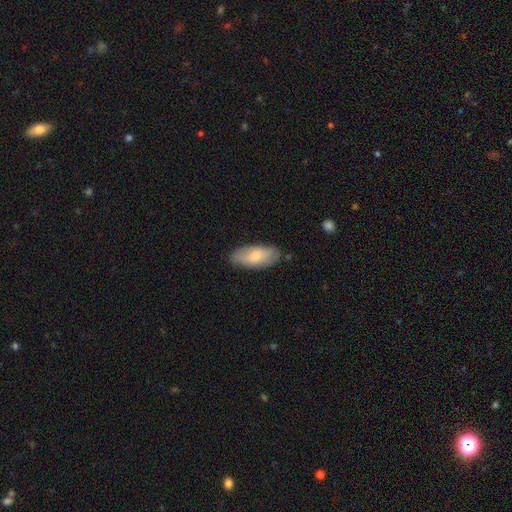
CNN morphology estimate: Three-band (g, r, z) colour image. It shows a smooth galaxy with no disk features (70%) that is in between round and cigar-shaped (87%). Merging: none (83%).